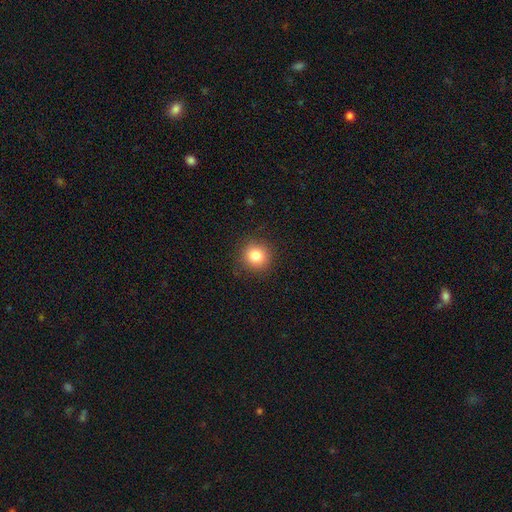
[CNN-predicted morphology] A smooth galaxy with no disk features (83%) that is round (91%). Merging: none (90%).